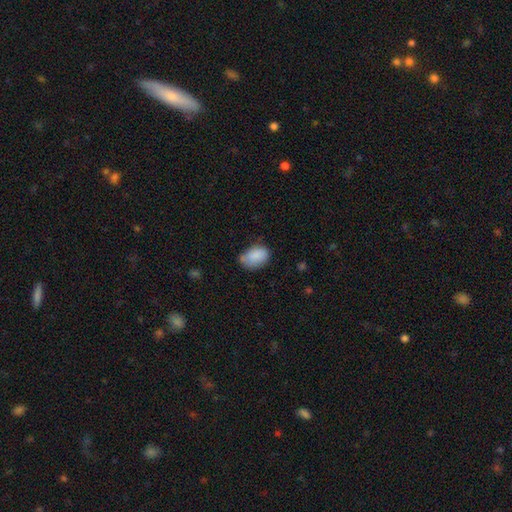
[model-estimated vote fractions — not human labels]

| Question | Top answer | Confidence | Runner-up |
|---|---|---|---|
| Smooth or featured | smooth | 87% | star or artifact (7%) |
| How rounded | in between | 87% | round (12%) |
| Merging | none | 57% | minor disturbance (34%) |